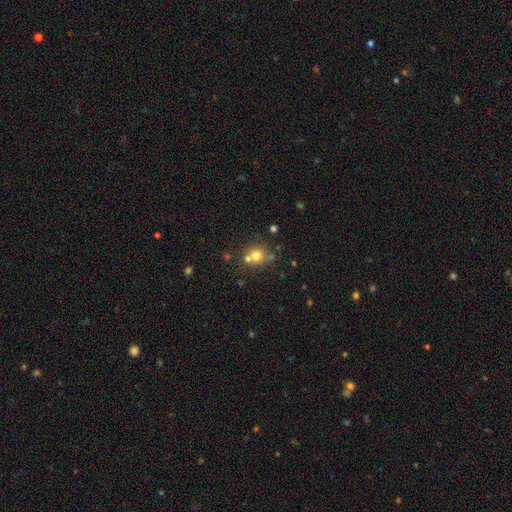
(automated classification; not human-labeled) Smooth or featured? Predicted: smooth (p=0.71). How rounded? Predicted: round (p=0.84). Merging? Predicted: none (p=0.55).